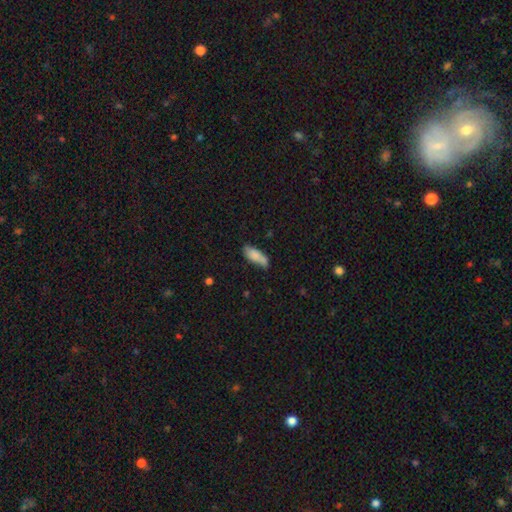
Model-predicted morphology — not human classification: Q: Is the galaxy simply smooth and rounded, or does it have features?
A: smooth — 80%.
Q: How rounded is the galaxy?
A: in between — 72%.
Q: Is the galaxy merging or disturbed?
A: none — 54%.